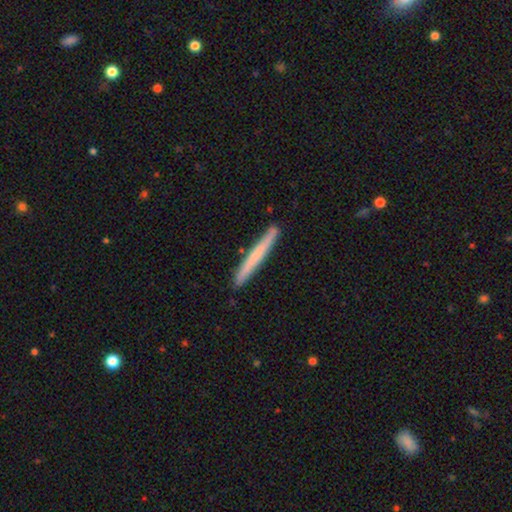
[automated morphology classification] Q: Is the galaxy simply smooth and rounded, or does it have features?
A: smooth — 60%.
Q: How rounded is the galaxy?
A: cigar-shaped — 97%.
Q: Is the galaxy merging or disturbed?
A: none — 90%.